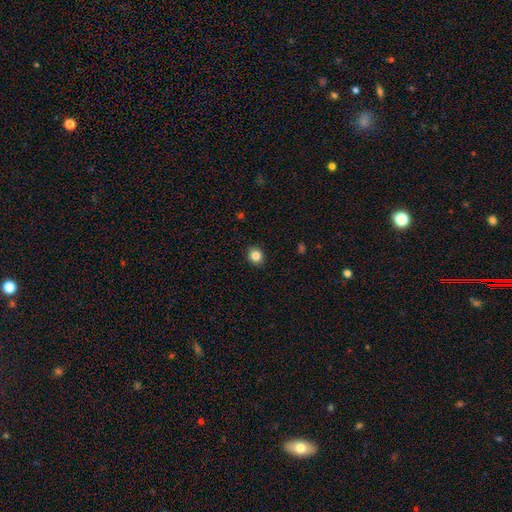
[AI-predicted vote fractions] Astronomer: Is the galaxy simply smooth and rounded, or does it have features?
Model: smooth — 85%.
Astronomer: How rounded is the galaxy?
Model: round — 74%.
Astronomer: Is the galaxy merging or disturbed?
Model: none — 91%.